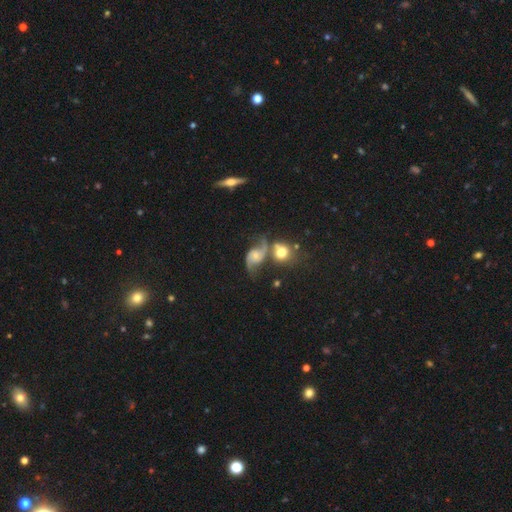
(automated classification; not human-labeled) Overall: featured or disk (84%). Edge-on disk: no (97%). Bar: no (60%; weak 32%). Spiral arms: yes (96%). Spiral arm count: 2 (93%). Spiral winding: loose (66%; medium 28%). Bulge size: small (47%; moderate 36%). Merging: none (51%; merger 22%).